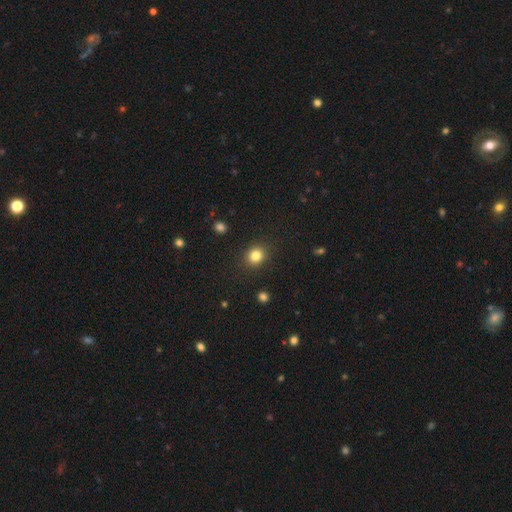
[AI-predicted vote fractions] smooth_or_featured: smooth (p=0.83) [alt: star or artifact p=0.11]
how_rounded: round (p=0.81) [alt: in between p=0.18]
merging: none (p=0.89) [alt: minor disturbance p=0.07]